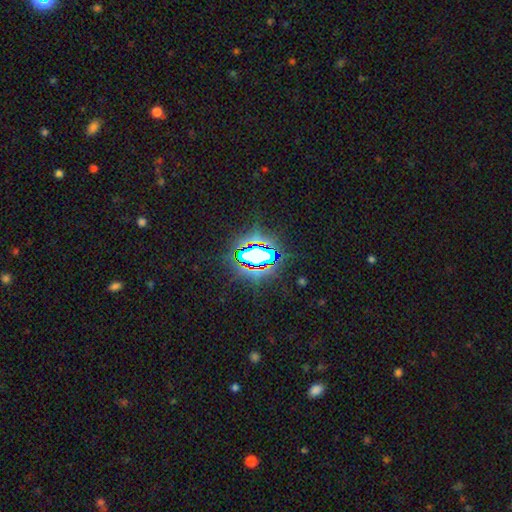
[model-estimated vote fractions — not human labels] Smooth or featured? Predicted: star or artifact (p=0.72).